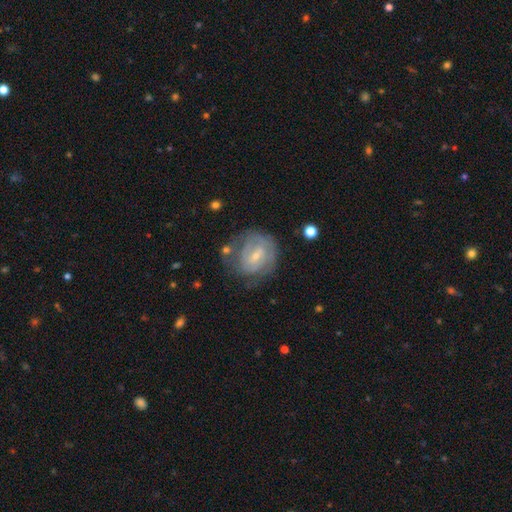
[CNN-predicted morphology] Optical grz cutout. It shows a featured or disk galaxy (72%) with a weak bar (52%), tight (60%) spiral arms (81%) and a small central bulge (70%). Merging: none (60%).